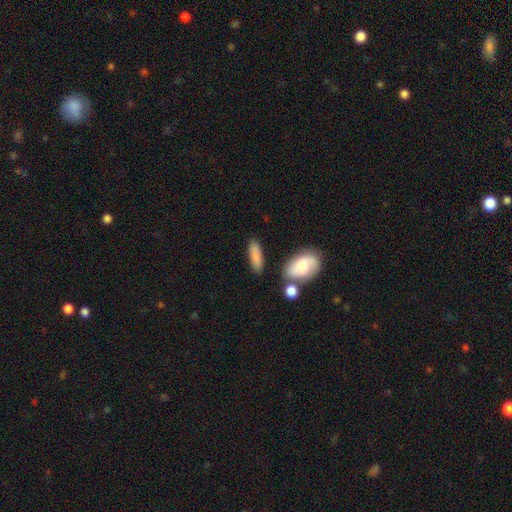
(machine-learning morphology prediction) The model was most divided on "how rounded": in between: 51%, cigar-shaped: 46%, round: 3%. More confident: smooth or featured — smooth (82%); merging — none (78%).